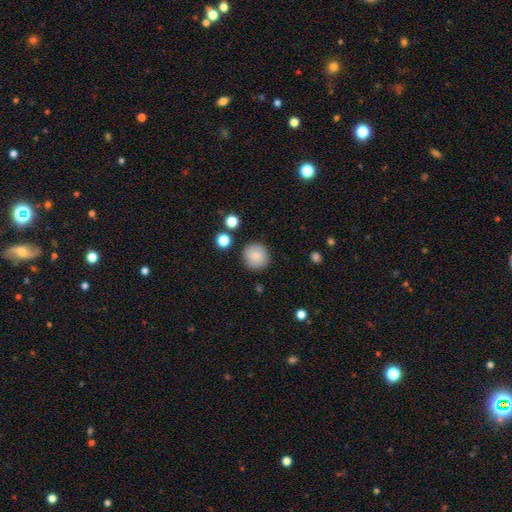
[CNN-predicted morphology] Smooth or featured? Predicted: smooth (p=0.85). How rounded? Predicted: round (p=0.93). Merging? Predicted: none (p=0.89).